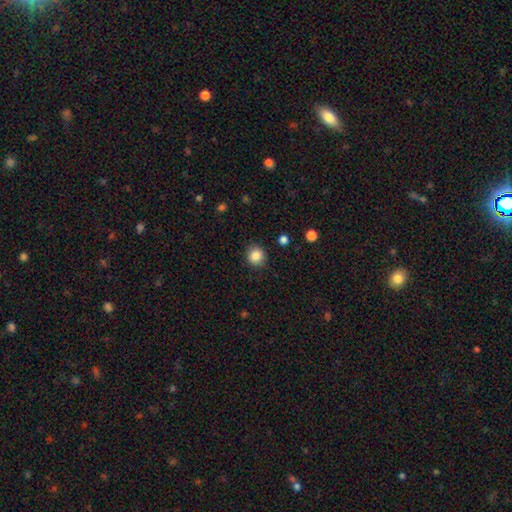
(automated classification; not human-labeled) smooth 85%, star or artifact 10%, featured or disk 4%. Down the decision tree: how rounded — round (88%); merging — none (88%).